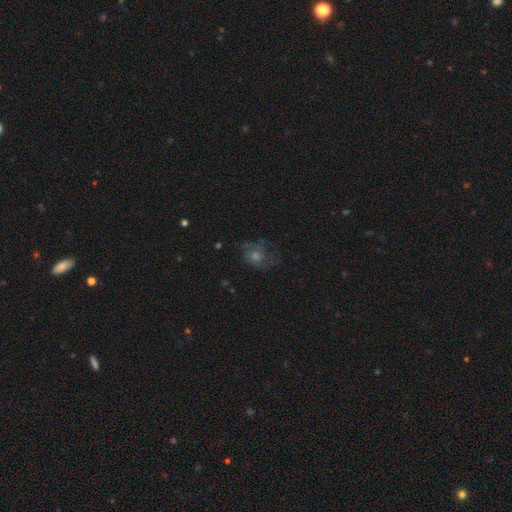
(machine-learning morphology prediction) A featured or disk galaxy (42%).

Vote fractions:
- Smooth or featured? featured or disk: 42% / smooth: 35% / star or artifact: 24%
- Merging? none: 60% / minor disturbance: 20% / major disturbance: 18% / merger: 2%